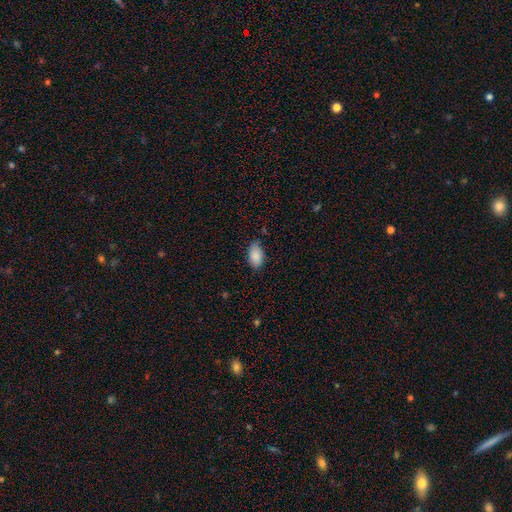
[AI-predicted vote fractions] Smooth or featured: smooth — 88% (star or artifact — 7%)
How rounded: in between — 92% (round — 6%)
Merging: none — 73% (minor disturbance — 22%)